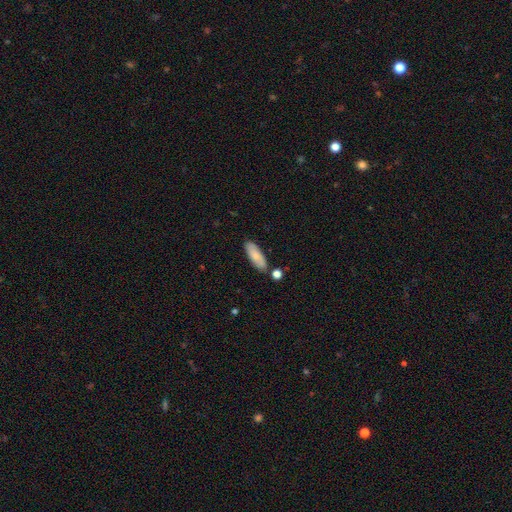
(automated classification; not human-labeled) Smooth or featured? Predicted: smooth (p=0.79). How rounded? Predicted: in between (p=0.69). Merging? Predicted: none (p=0.79).